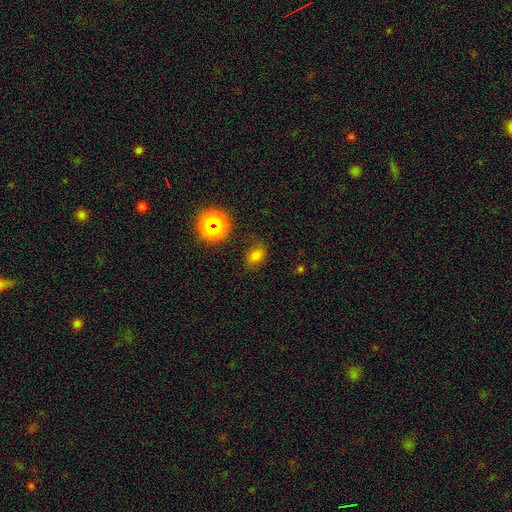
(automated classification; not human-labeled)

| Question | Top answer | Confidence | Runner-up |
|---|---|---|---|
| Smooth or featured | smooth | 71% | star or artifact (21%) |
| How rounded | in between | 69% | round (29%) |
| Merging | none | 76% | minor disturbance (16%) |